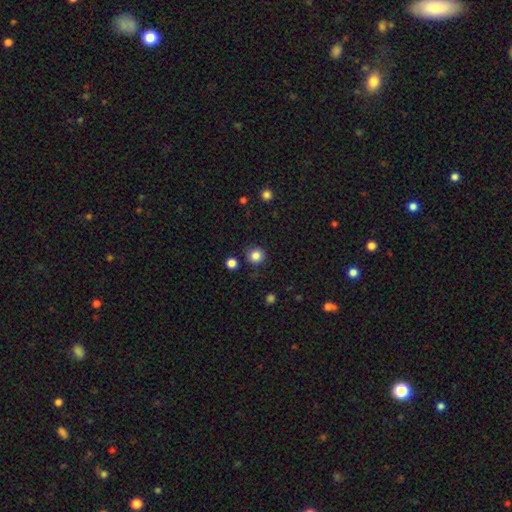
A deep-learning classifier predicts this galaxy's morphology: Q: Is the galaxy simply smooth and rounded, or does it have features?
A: smooth — 85%.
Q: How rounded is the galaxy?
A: round — 94%.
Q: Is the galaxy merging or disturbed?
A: none — 87%.